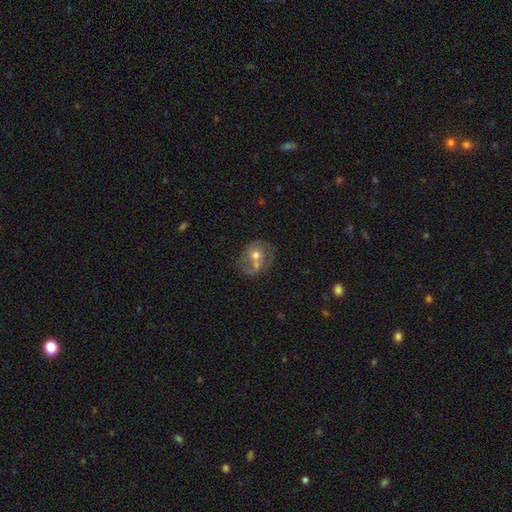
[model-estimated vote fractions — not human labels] Smooth or featured? featured or disk (53%)
Edge-on disk? no (96%)
Bar? no (65%)
Spiral arms? no (59%)
Bulge size? moderate (69%)
Merging? none (41%)